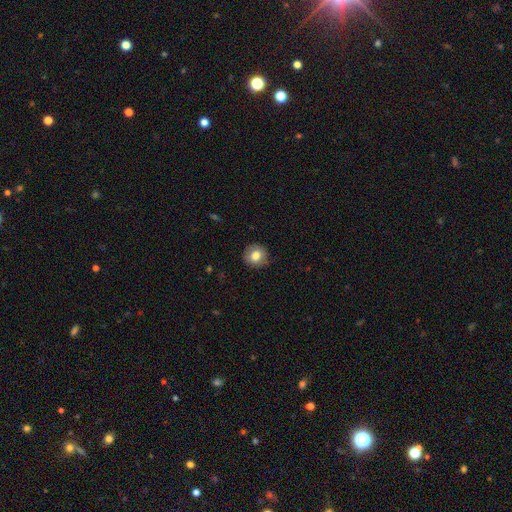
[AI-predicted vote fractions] Smooth or featured? Predicted: smooth (p=0.80). How rounded? Predicted: round (p=0.89). Merging? Predicted: none (p=0.87).